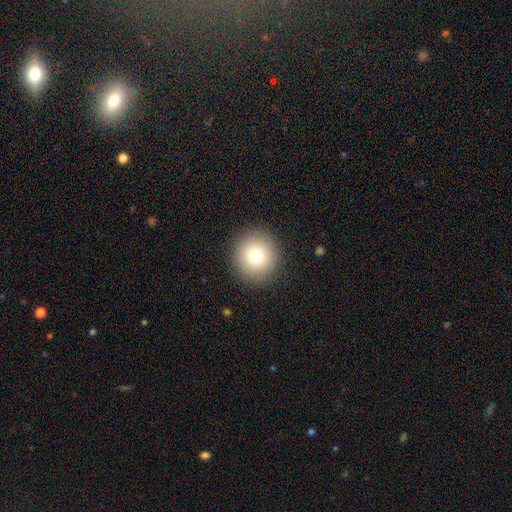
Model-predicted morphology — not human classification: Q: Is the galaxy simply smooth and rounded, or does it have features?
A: smooth — 79%.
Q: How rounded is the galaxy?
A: round — 90%.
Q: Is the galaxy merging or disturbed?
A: none — 91%.